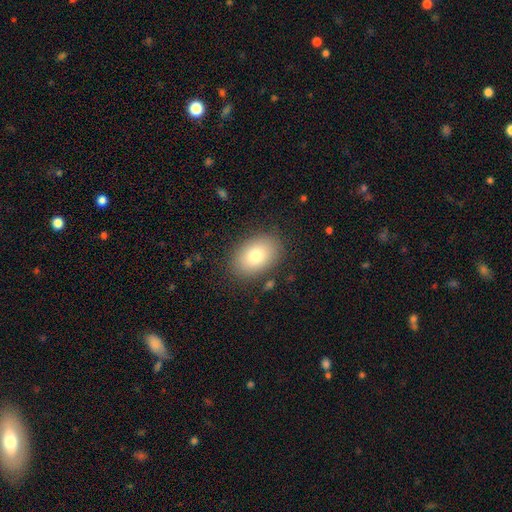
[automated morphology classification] This appears to be a smooth galaxy with no disk features (79%) that is in between round and cigar-shaped (84%). Merging: none (86%).